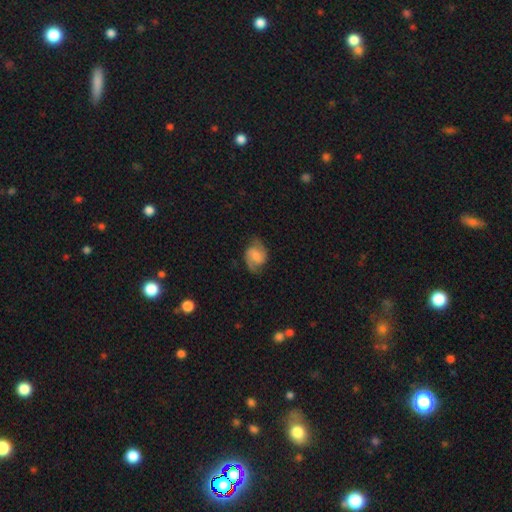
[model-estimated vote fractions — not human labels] smooth_or_featured: featured or disk (p=0.70) [alt: smooth p=0.23]
disk_edge_on: no (p=0.98) [alt: yes p=0.02]
bar: weak (p=0.45) [alt: no p=0.43]
has_spiral_arms: yes (p=0.94) [alt: no p=0.06]
spiral_winding: medium (p=0.50) [alt: loose p=0.30]
spiral_arm_count: 2 (p=0.90) [alt: can't tell p=0.04]
bulge_size: small (p=0.38) [alt: moderate p=0.28]
merging: none (p=0.74) [alt: minor disturbance p=0.18]